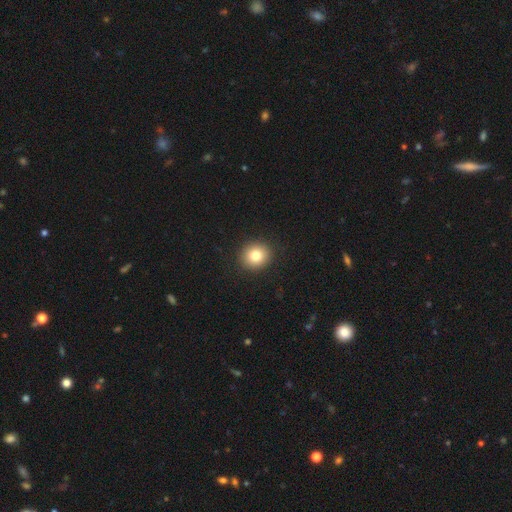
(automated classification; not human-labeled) Smooth or featured? Predicted: smooth (p=0.80). How rounded? Predicted: round (p=0.86). Merging? Predicted: none (p=0.92).